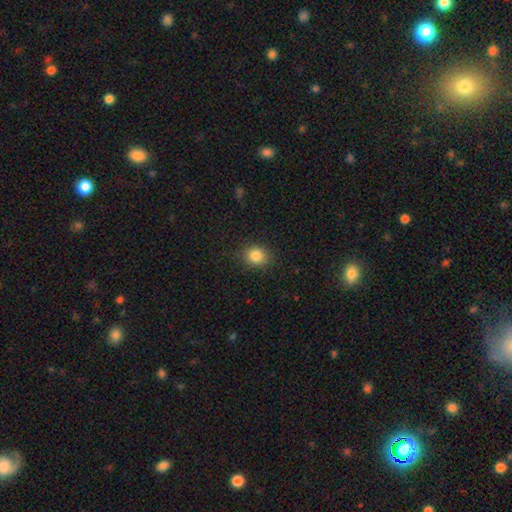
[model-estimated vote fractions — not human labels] This appears to be a smooth galaxy with no disk features (84%) that is round (71%). Merging: none (85%).